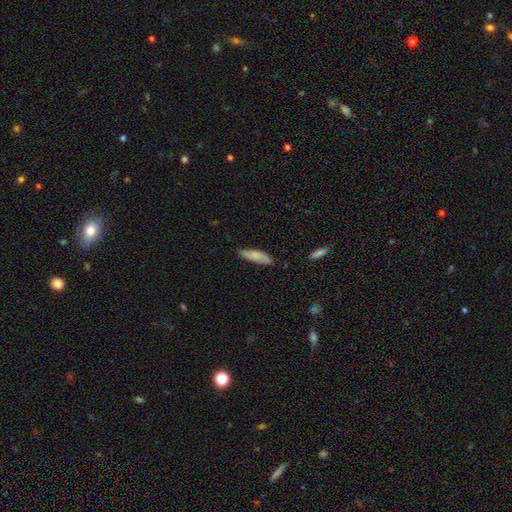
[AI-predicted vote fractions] Smooth or featured? Predicted: smooth (p=0.79). How rounded? Predicted: cigar-shaped (p=0.62). Merging? Predicted: none (p=0.83).